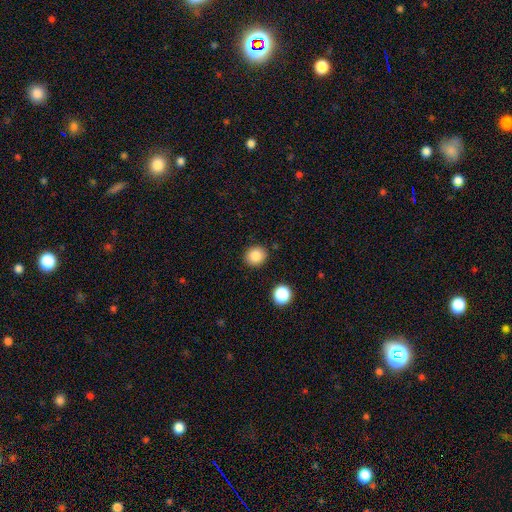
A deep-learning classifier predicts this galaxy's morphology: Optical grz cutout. It shows a smooth galaxy with no disk features (84%) that is round (82%). Merging: none (88%).